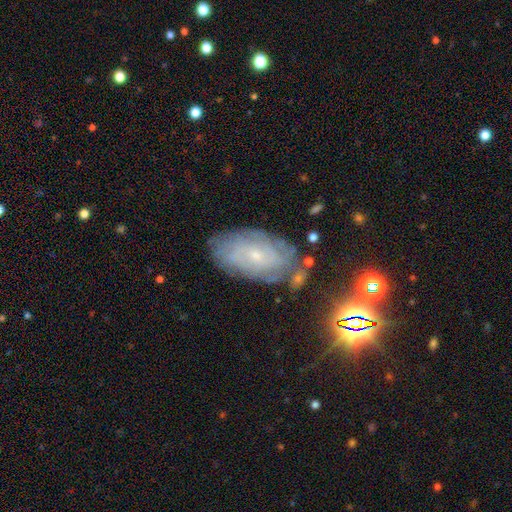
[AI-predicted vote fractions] Smooth or featured?
  - featured or disk: 68% *
  - smooth: 20%
  - star or artifact: 12%
Edge-on disk?
  - no: 94% *
  - yes: 6%
Bar?
  - no: 74% *
  - weak: 22%
  - strong: 4%
Spiral arms?
  - yes: 86% *
  - no: 14%
Spiral winding?
  - tight: 72% *
  - medium: 21%
  - loose: 6%
Spiral arm count?
  - can't tell: 60% *
  - 2: 12%
  - 4: 9%
  - 3: 9%
  - more than 4: 6%
  - 1: 4%
Bulge size?
  - small: 76% *
  - moderate: 20%
  - none: 2%
  - large: 1%
  - dominant: 1%
Merging?
  - none: 72% *
  - minor disturbance: 19%
  - major disturbance: 6%
  - merger: 3%